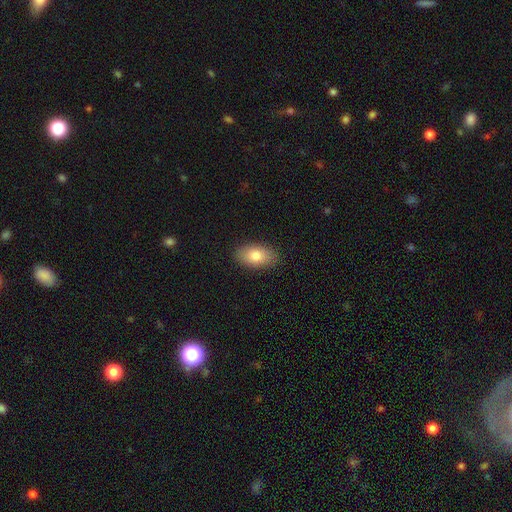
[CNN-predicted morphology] Q: Smooth or featured?
A: smooth (80%); runner-up: featured or disk (13%)
Q: How rounded?
A: in between (92%); runner-up: round (5%)
Q: Merging?
A: none (88%); runner-up: minor disturbance (9%)